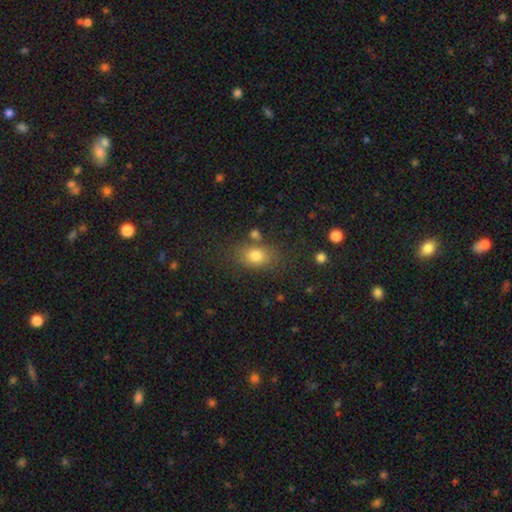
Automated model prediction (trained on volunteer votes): Morphology: type=smooth (79%); roundness=in between (71%); merging=none (71%).